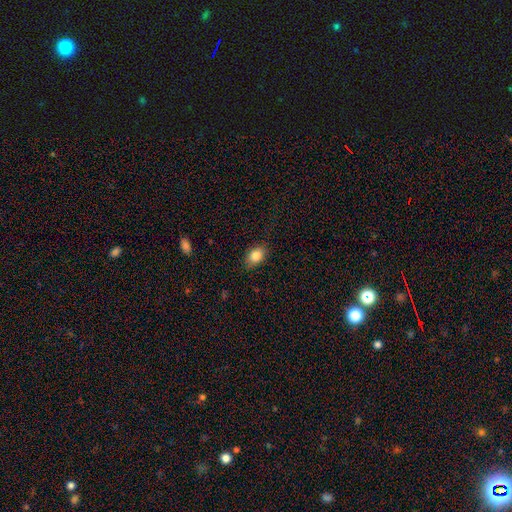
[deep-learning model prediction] Q: Smooth or featured?
A: smooth (85%); runner-up: star or artifact (8%)
Q: How rounded?
A: in between (80%); runner-up: round (19%)
Q: Merging?
A: none (84%); runner-up: minor disturbance (13%)